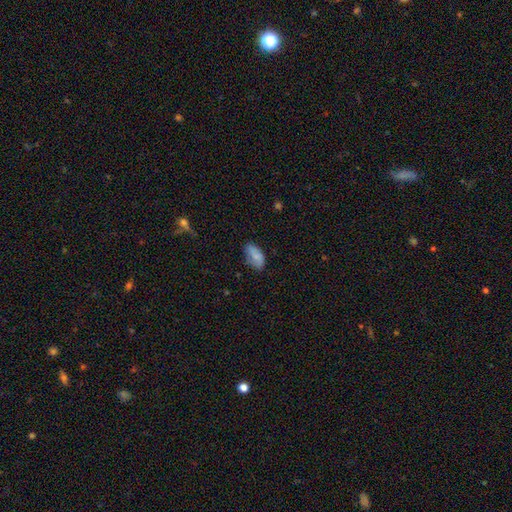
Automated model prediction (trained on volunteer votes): Overall: smooth (78%). How rounded: in between (93%). Merging: none (63%; minor disturbance 28%).